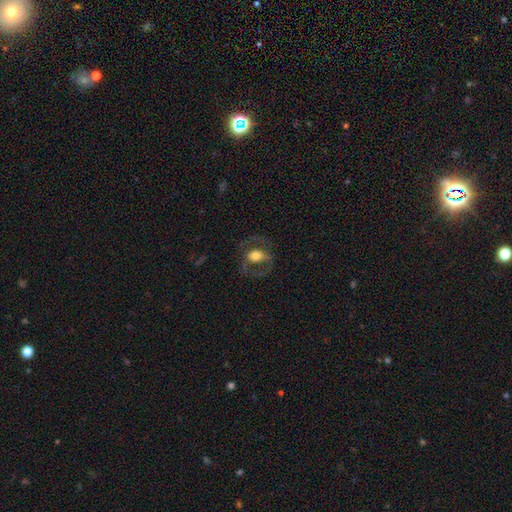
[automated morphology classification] smooth_or_featured: featured or disk (p=0.51) [alt: smooth p=0.41]
disk_edge_on: no (p=0.92) [alt: yes p=0.08]
merging: none (p=0.66) [alt: major disturbance p=0.17]